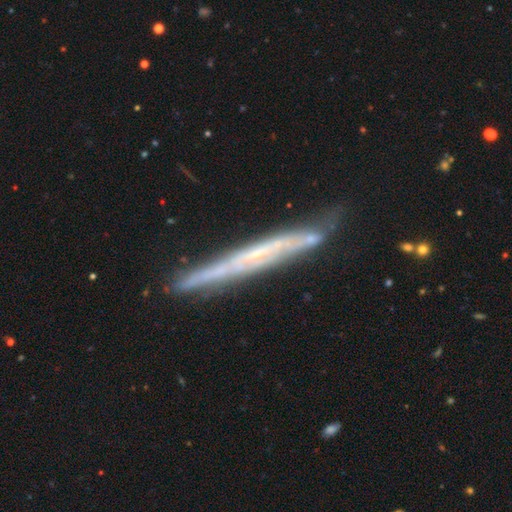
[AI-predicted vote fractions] Q: Smooth or featured?
A: featured or disk (74%); runner-up: smooth (19%)
Q: Edge-on disk?
A: yes (89%); runner-up: no (11%)
Q: Edge-on bulge?
A: none (73%); runner-up: rounded (22%)
Q: Merging?
A: none (79%); runner-up: minor disturbance (16%)